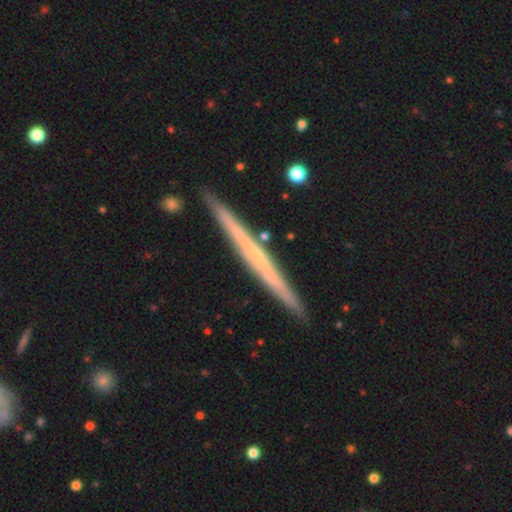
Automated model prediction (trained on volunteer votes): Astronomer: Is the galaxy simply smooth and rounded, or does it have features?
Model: featured or disk — 63%.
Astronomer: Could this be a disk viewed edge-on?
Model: yes — 98%.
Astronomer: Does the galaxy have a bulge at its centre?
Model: none — 84%.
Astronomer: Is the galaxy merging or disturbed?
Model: none — 90%.